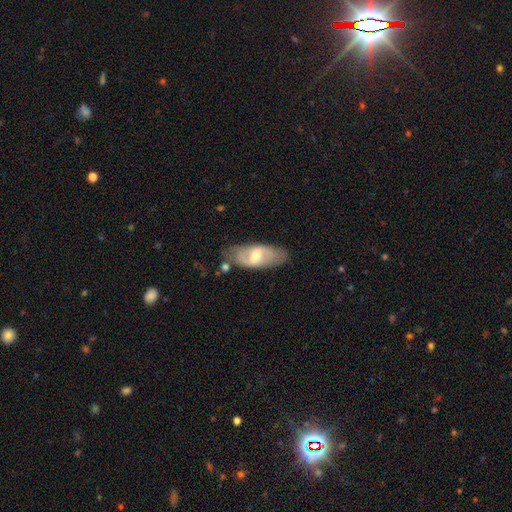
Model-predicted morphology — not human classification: This appears to be a featured or disk galaxy (58%). Merging: none (73%).